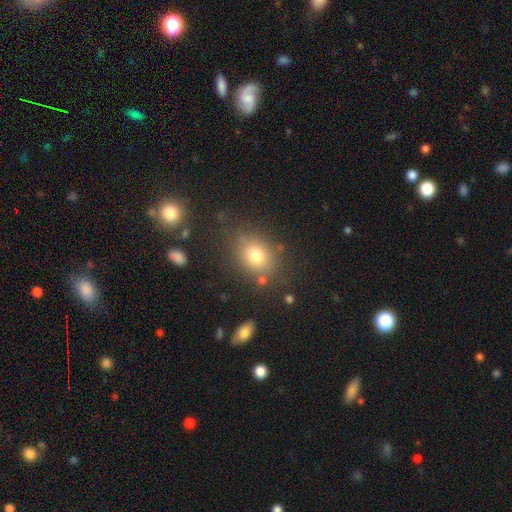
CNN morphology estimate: type=smooth (76%); roundness=in between (52%); merging=none (75%).